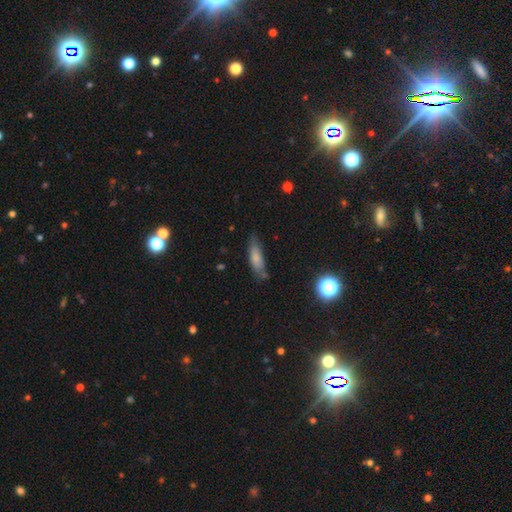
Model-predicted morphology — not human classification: type=smooth (61%); roundness=cigar-shaped (54%); merging=none (72%).